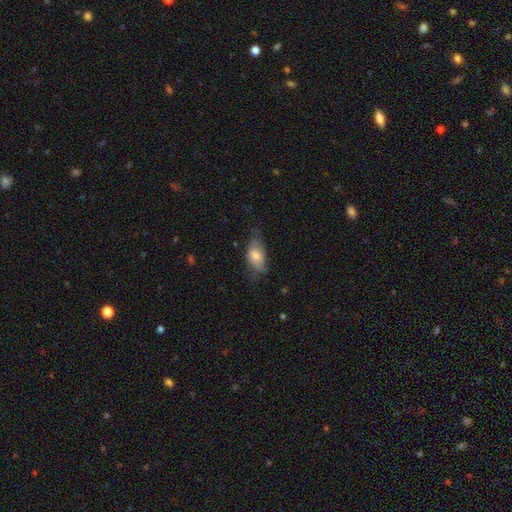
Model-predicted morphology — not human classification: This appears to be a smooth galaxy with no disk features (67%) that is in between round and cigar-shaped (89%). Merging: none (47%).